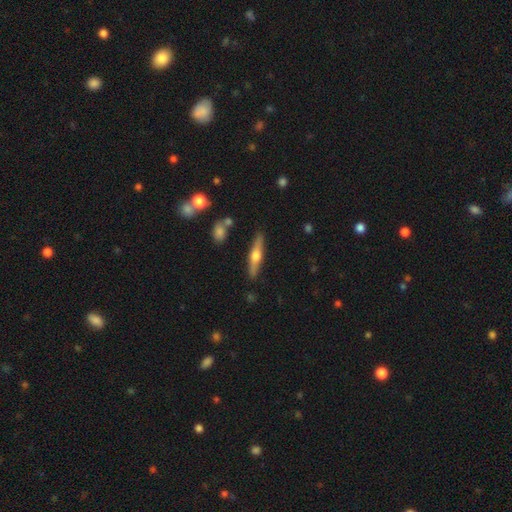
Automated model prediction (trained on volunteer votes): A featured or disk galaxy (59%) viewed edge-on (95%) with a rounded central bulge (92%).

Vote fractions:
- Smooth or featured? featured or disk: 59% / smooth: 35% / star or artifact: 6%
- Edge-on disk? yes: 95% / no: 5%
- Edge-on bulge? rounded: 92% / boxy: 4% / none: 3%
- Merging? none: 86% / minor disturbance: 9% / merger: 2% / major disturbance: 2%